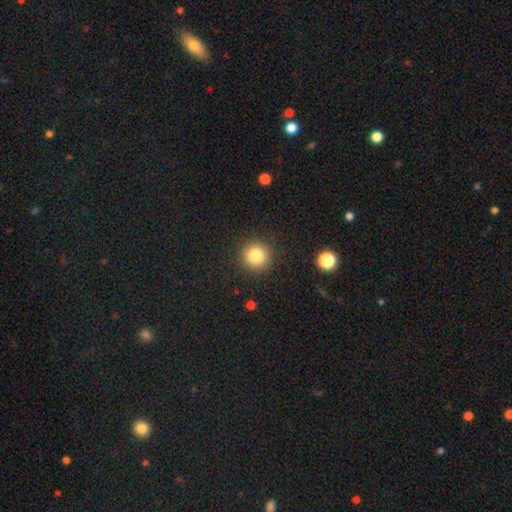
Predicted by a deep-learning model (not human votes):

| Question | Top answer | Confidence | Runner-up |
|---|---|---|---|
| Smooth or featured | smooth | 82% | star or artifact (11%) |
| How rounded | round | 95% | in between (5%) |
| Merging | none | 90% | minor disturbance (6%) |